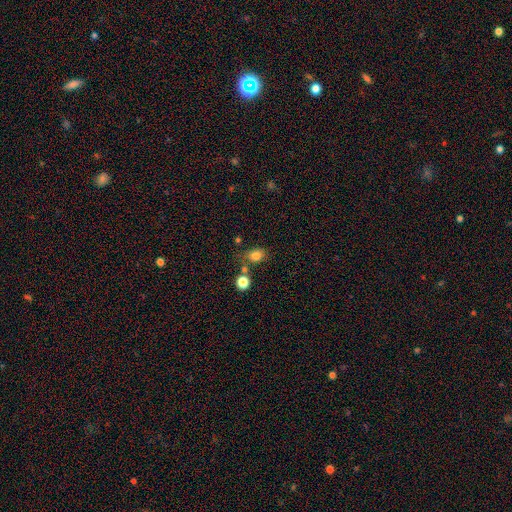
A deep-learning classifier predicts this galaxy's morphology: Smooth or featured? smooth (80%)
How rounded? in between (62%)
Merging? none (65%)